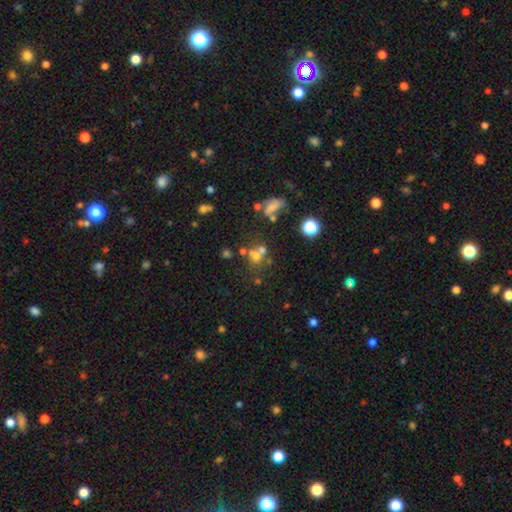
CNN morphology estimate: Smooth or featured?
  - smooth: 54% *
  - star or artifact: 25%
  - featured or disk: 22%
How rounded?
  - round: 74% *
  - in between: 25%
  - cigar-shaped: 2%
Merging?
  - merger: 42% *
  - none: 39%
  - minor disturbance: 11%
  - major disturbance: 8%